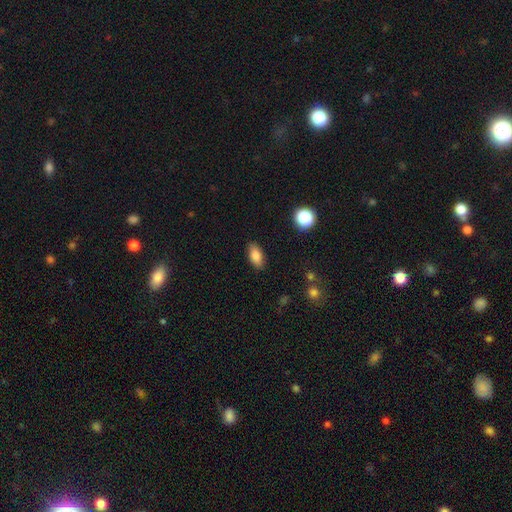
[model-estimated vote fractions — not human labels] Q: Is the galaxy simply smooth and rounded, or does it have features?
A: smooth — 83%.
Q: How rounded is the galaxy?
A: in between — 87%.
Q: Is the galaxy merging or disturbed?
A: none — 88%.